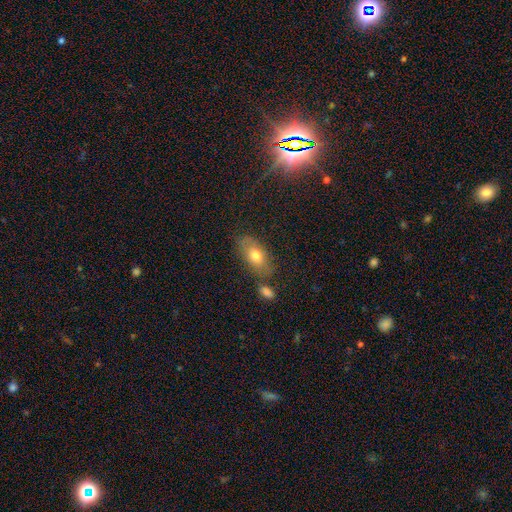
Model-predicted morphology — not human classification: This is likely a smooth galaxy (71%). How rounded: clearly in between (89%). Merging: likely none (68%).